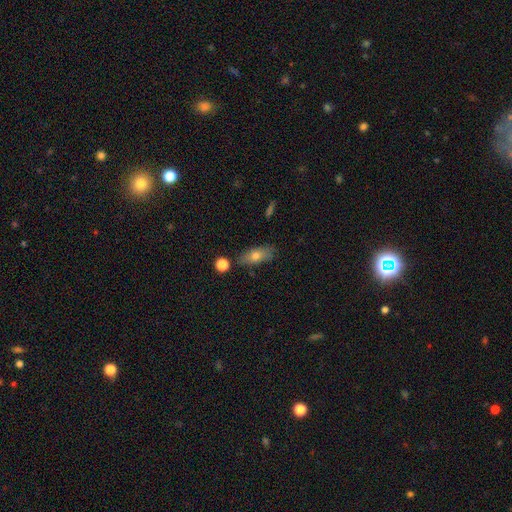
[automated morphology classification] The model was most divided on "smooth or featured": smooth: 71%, featured or disk: 22%, star or artifact: 8%. More confident: how rounded — in between (75%); merging — none (74%).